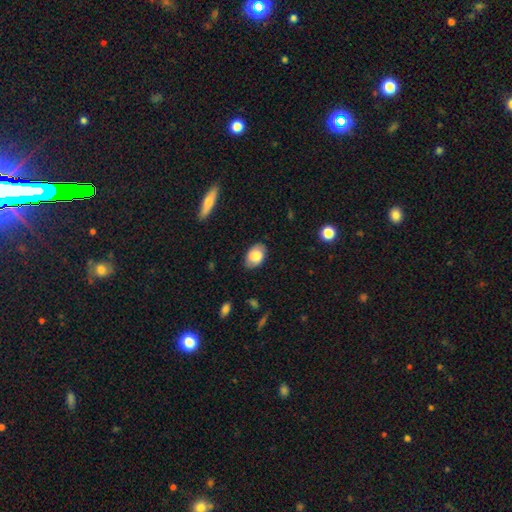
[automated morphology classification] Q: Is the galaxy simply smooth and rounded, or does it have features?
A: smooth — 72%.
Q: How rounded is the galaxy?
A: in between — 86%.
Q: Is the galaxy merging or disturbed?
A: none — 82%.